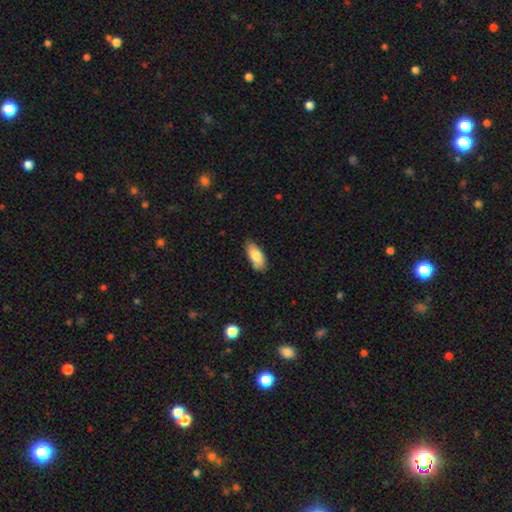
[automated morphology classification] Smooth or featured: smooth — 83% (featured or disk — 11%)
How rounded: in between — 87% (cigar-shaped — 11%)
Merging: none — 75% (minor disturbance — 20%)